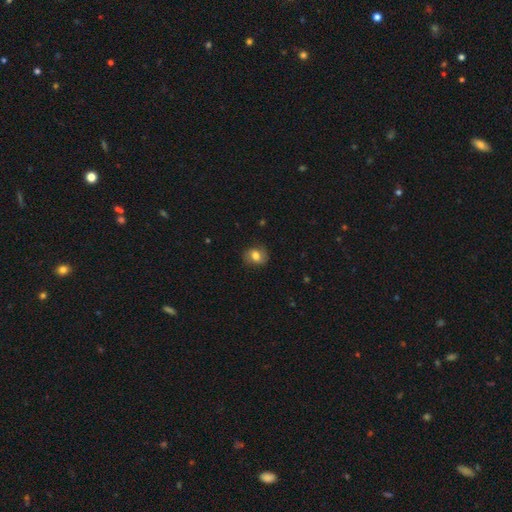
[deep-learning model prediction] Smooth or featured? smooth (66%)
How rounded? round (53%)
Merging? none (77%)